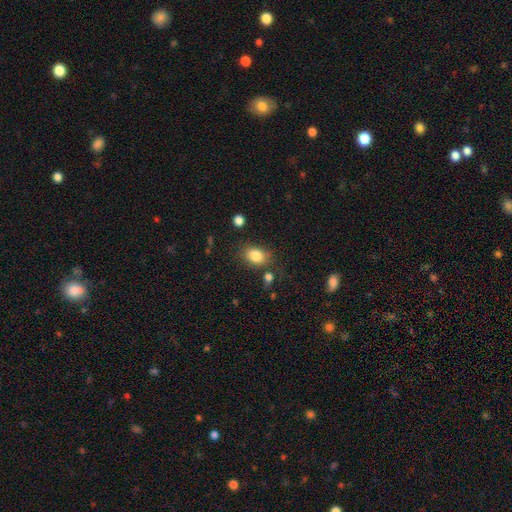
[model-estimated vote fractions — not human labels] Smooth or featured: smooth — 84% (star or artifact — 9%)
How rounded: in between — 73% (round — 26%)
Merging: none — 73% (minor disturbance — 16%)